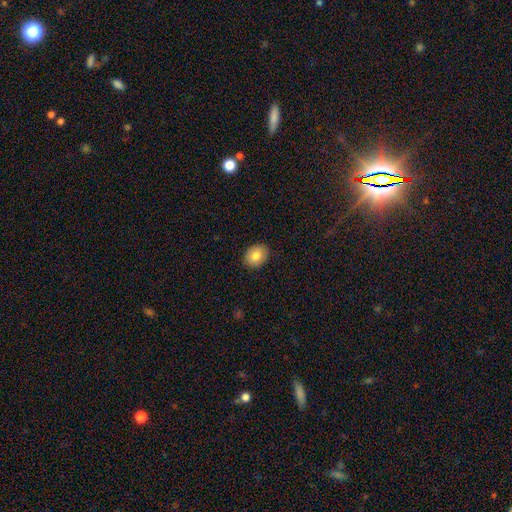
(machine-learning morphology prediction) smooth_or_featured: smooth (p=0.82) [alt: featured or disk p=0.11]
how_rounded: in between (p=0.57) [alt: round p=0.42]
merging: none (p=0.89) [alt: minor disturbance p=0.09]